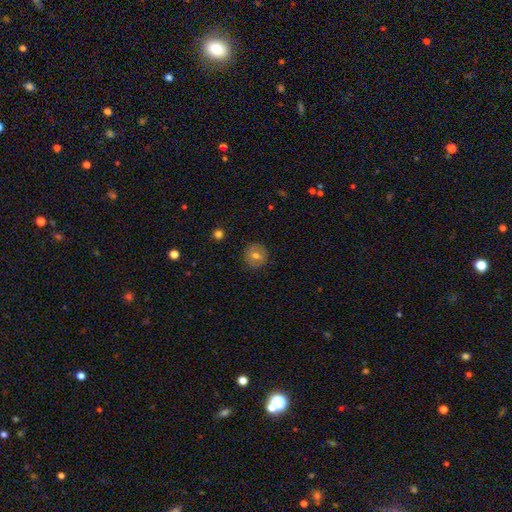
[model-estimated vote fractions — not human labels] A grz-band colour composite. It shows a smooth galaxy with no disk features (62%) that is round (90%). Merging: none (88%).